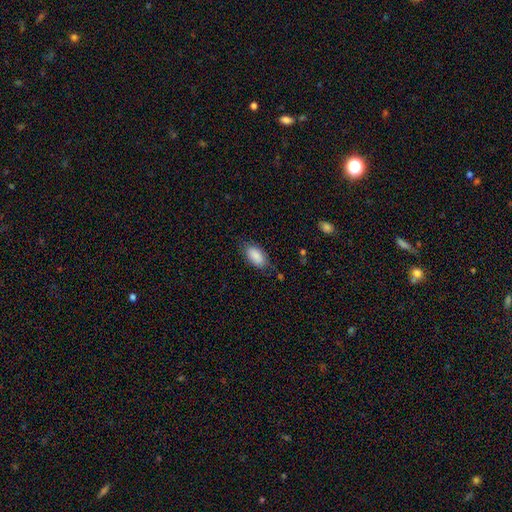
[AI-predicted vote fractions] smooth 86%, featured or disk 7%, star or artifact 6%. Down the decision tree: how rounded — in between (93%); merging — none (73%).